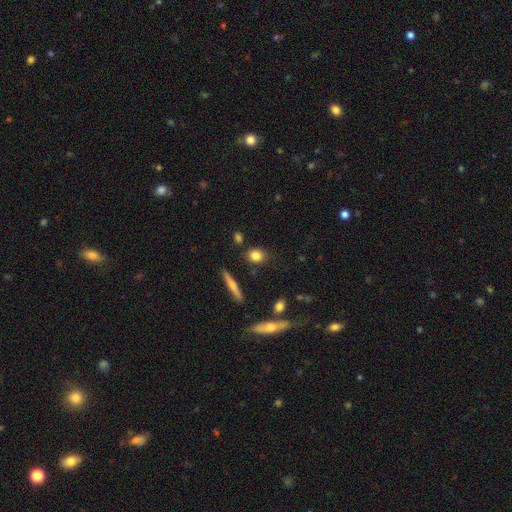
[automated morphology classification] A smooth galaxy with no disk features (80%) that is round (55%).

Vote fractions:
- Smooth or featured? smooth: 80% / featured or disk: 11% / star or artifact: 9%
- How rounded? round: 55% / in between: 39% / cigar-shaped: 6%
- Merging? none: 81% / minor disturbance: 11% / merger: 5% / major disturbance: 3%